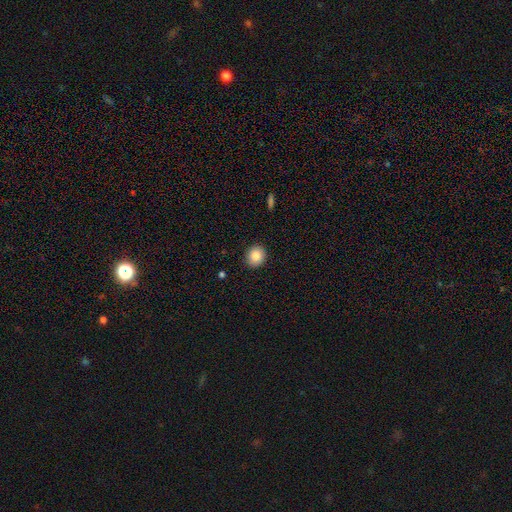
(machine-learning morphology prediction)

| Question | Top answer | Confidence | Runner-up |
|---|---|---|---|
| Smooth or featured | smooth | 86% | star or artifact (9%) |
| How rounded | round | 79% | in between (20%) |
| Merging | none | 91% | minor disturbance (6%) |